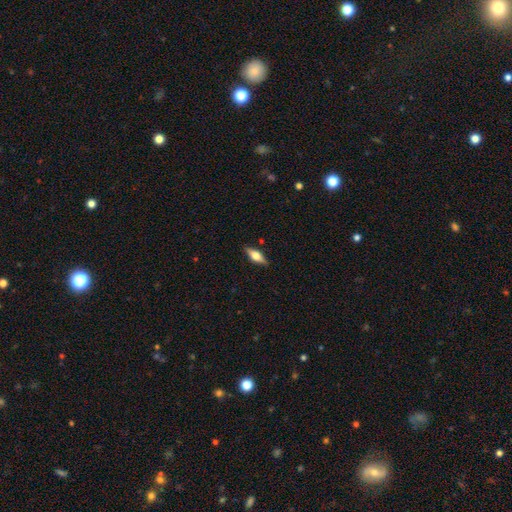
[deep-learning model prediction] This is possibly a featured or disk galaxy (54%). It is clearly viewed edge-on (93%). Edge-on bulge: clearly rounded (91%). Merging: clearly none (87%).